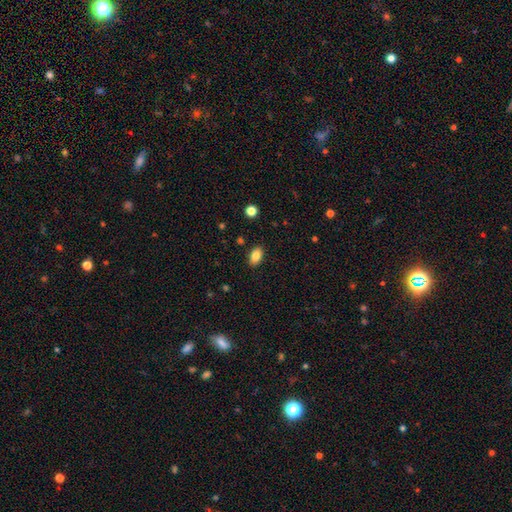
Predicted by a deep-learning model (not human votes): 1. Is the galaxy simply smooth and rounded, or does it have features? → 85% smooth, 9% star or artifact, 6% featured or disk.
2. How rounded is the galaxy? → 90% in between, 9% round, 2% cigar-shaped.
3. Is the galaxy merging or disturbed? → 88% none, 8% minor disturbance, 2% major disturbance, 1% merger.